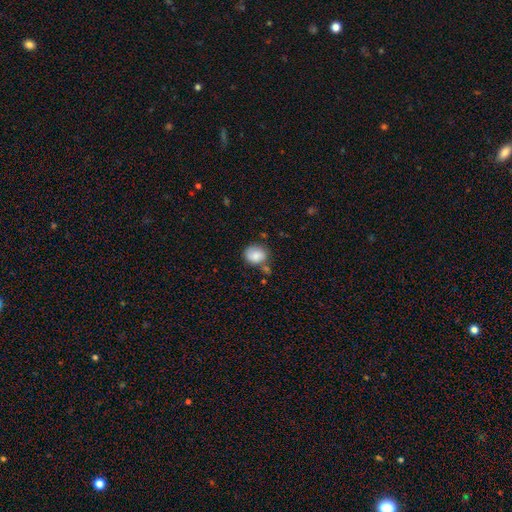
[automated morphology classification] Q: Smooth or featured?
A: smooth (83%); runner-up: featured or disk (9%)
Q: How rounded?
A: round (63%); runner-up: in between (36%)
Q: Merging?
A: none (64%); runner-up: minor disturbance (21%)